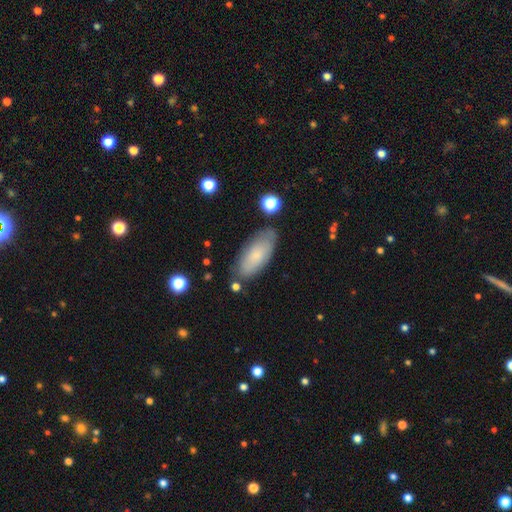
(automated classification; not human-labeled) A smooth galaxy with no disk features (74%) that is in between round and cigar-shaped (84%).

Vote fractions:
- Smooth or featured? smooth: 74% / featured or disk: 19% / star or artifact: 7%
- How rounded? in between: 84% / cigar-shaped: 14% / round: 2%
- Merging? none: 76% / minor disturbance: 17% / major disturbance: 4% / merger: 4%